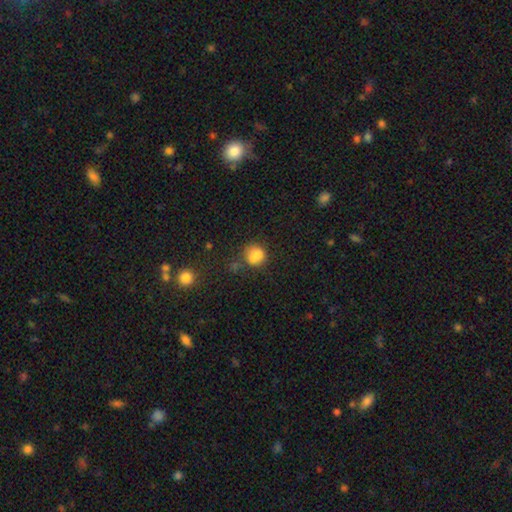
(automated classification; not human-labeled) Overall: smooth (71%). How rounded: round (66%; in between 33%). Merging: merger (40%; none 36%).